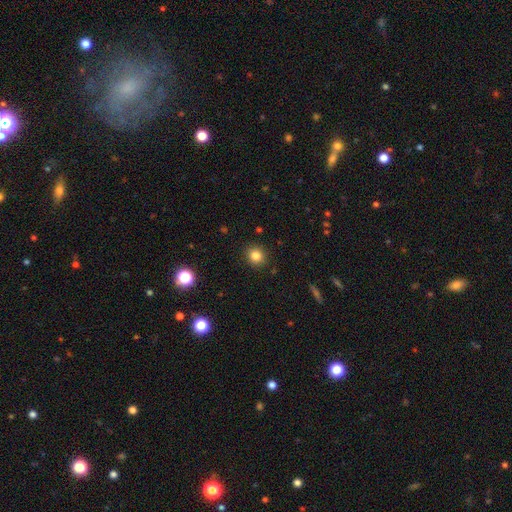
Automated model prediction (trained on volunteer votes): This appears to be a smooth galaxy with no disk features (83%) that is round (85%). Merging: none (90%).